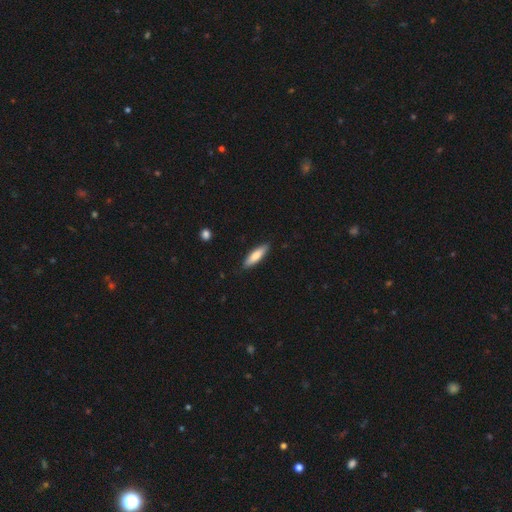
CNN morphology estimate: This is likely a smooth galaxy (79%). How rounded: likely cigar-shaped (61%). Merging: clearly none (88%).